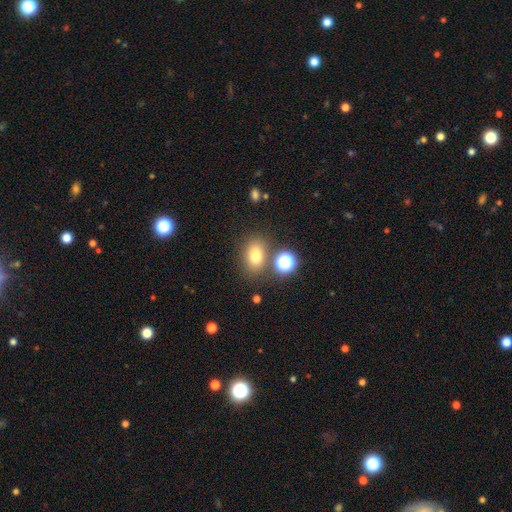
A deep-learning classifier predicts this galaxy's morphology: Overall: smooth (74%). How rounded: in between (68%; round 31%). Merging: none (74%).